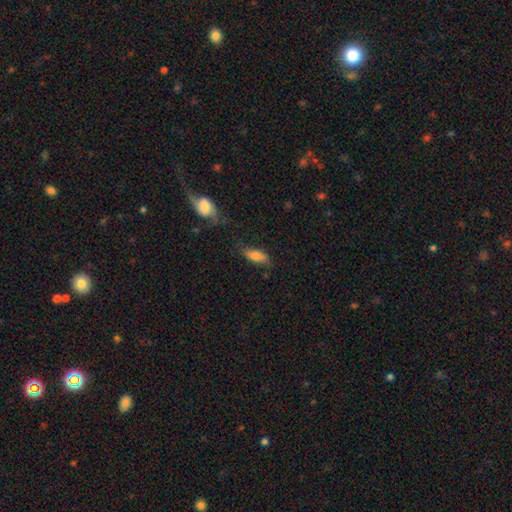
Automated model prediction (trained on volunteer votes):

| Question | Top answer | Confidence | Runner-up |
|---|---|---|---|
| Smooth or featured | smooth | 76% | featured or disk (17%) |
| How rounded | in between | 72% | cigar-shaped (25%) |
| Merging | none | 64% | minor disturbance (25%) |